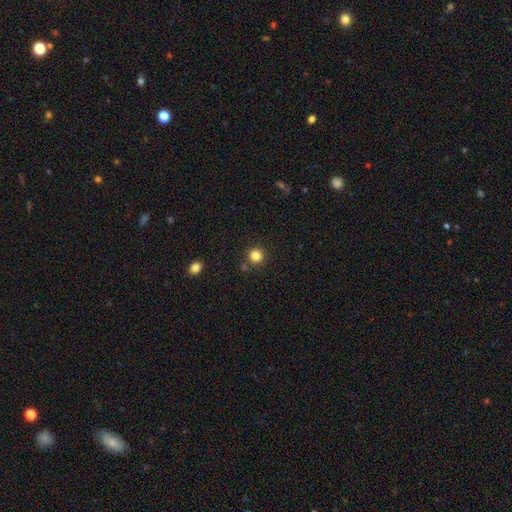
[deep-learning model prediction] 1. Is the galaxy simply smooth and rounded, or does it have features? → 83% smooth, 12% star or artifact, 5% featured or disk.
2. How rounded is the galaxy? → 94% round, 5% in between, 1% cigar-shaped.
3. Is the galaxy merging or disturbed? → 86% none, 7% minor disturbance, 5% merger, 2% major disturbance.